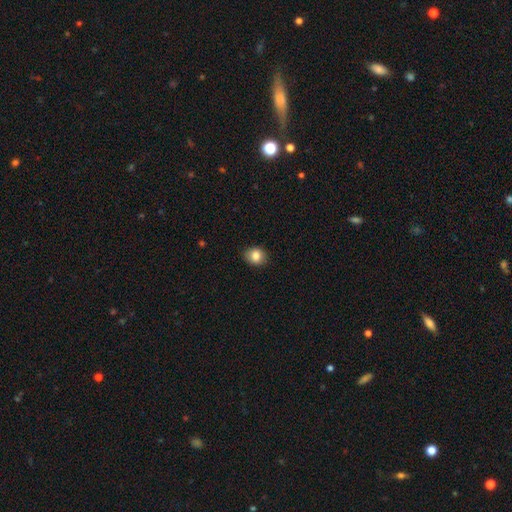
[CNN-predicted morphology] Q: Smooth or featured?
A: smooth (85%); runner-up: star or artifact (9%)
Q: How rounded?
A: round (64%); runner-up: in between (36%)
Q: Merging?
A: none (87%); runner-up: minor disturbance (10%)